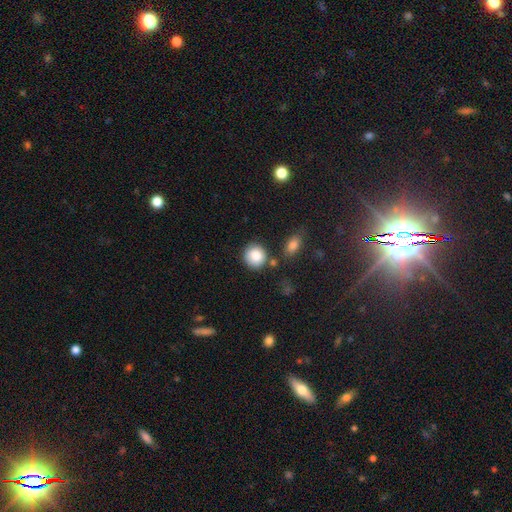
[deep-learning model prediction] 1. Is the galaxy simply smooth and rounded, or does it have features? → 85% smooth, 8% star or artifact, 7% featured or disk.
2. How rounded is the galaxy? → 89% round, 10% in between, 1% cigar-shaped.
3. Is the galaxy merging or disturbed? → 78% none, 11% minor disturbance, 8% merger, 3% major disturbance.